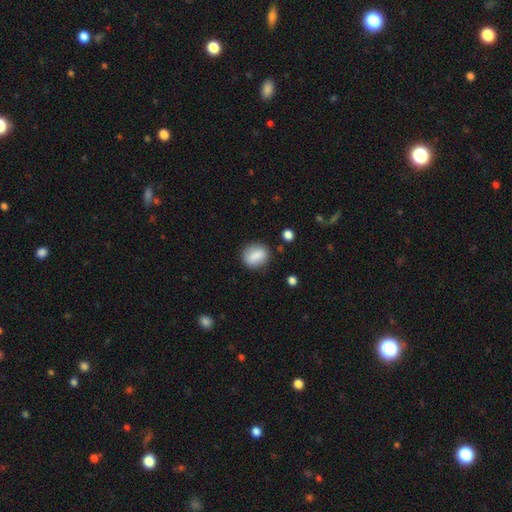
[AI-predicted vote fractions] smooth_or_featured: smooth (p=0.83) [alt: featured or disk p=0.10]
how_rounded: in between (p=0.52) [alt: round p=0.45]
merging: none (p=0.80) [alt: minor disturbance p=0.14]